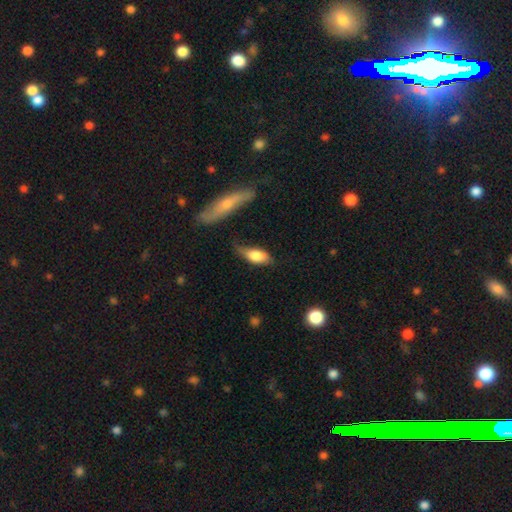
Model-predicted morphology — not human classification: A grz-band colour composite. It shows a smooth galaxy with no disk features (75%) that is in between round and cigar-shaped (83%). Merging: none (44%).